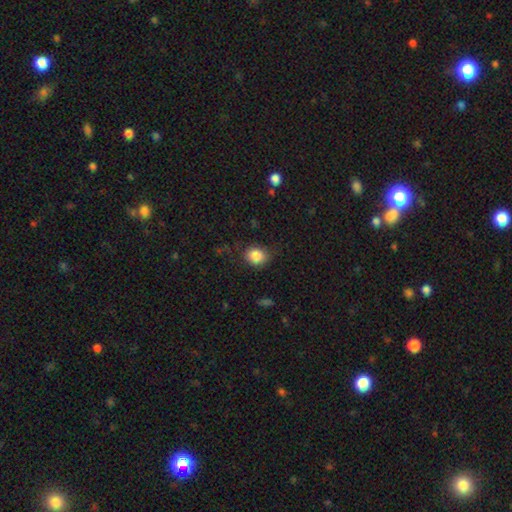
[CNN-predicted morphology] Q: Smooth or featured?
A: smooth (84%); runner-up: star or artifact (10%)
Q: How rounded?
A: round (65%); runner-up: in between (34%)
Q: Merging?
A: none (77%); runner-up: minor disturbance (17%)